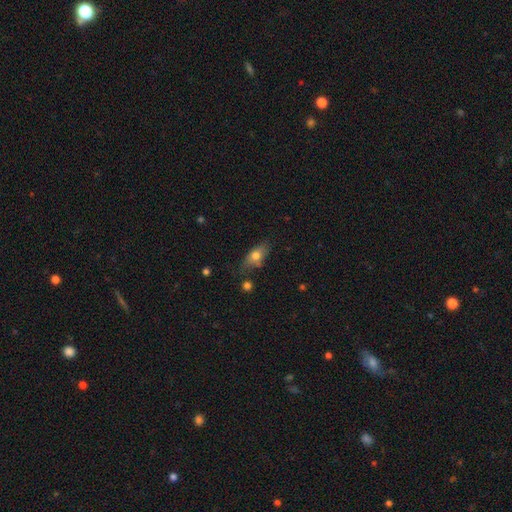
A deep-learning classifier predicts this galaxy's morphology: Q: Smooth or featured?
A: smooth (70%); runner-up: featured or disk (21%)
Q: How rounded?
A: in between (79%); runner-up: cigar-shaped (13%)
Q: Merging?
A: none (66%); runner-up: minor disturbance (22%)